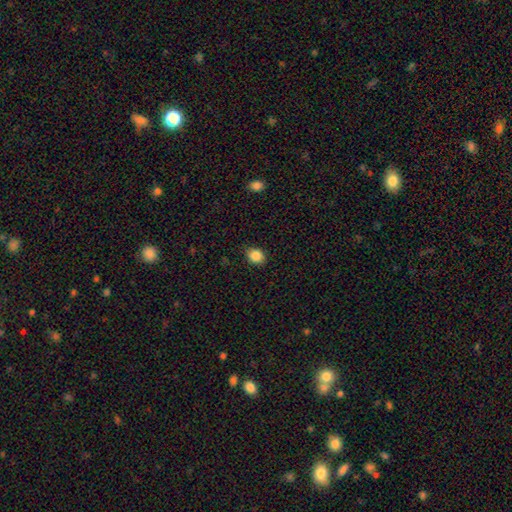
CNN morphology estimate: Overall: smooth (85%). How rounded: round (64%; in between 35%). Merging: none (84%).